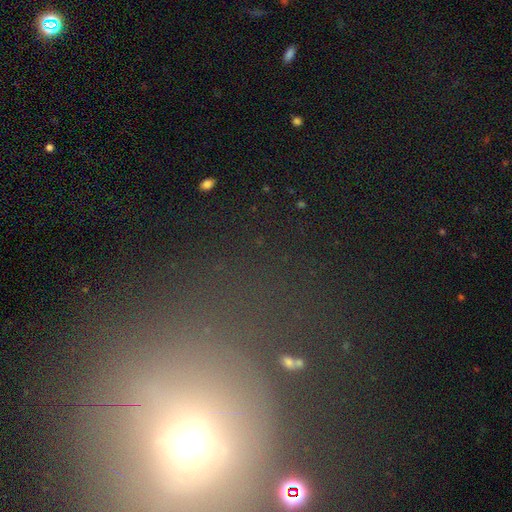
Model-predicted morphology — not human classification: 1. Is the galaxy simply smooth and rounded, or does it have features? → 43% smooth, 38% star or artifact, 18% featured or disk.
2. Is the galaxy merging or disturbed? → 68% none, 13% minor disturbance, 13% major disturbance, 6% merger.